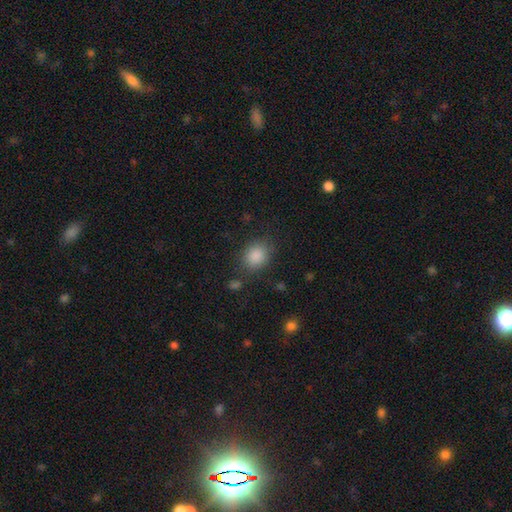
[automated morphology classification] Smooth or featured? Predicted: smooth (p=0.85). How rounded? Predicted: round (p=0.54). Merging? Predicted: none (p=0.80).